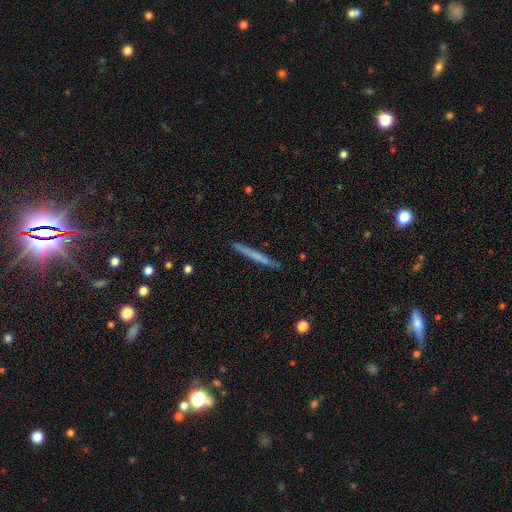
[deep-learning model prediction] This is possibly a smooth galaxy (57%). How rounded: clearly cigar-shaped (97%). Merging: clearly none (90%).